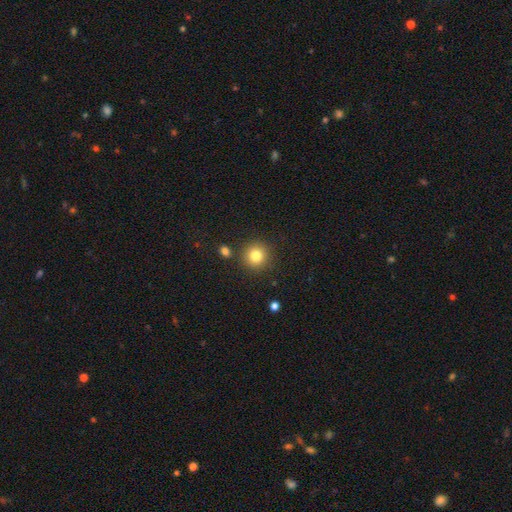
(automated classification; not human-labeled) Overall: smooth (82%). How rounded: round (93%). Merging: none (86%).